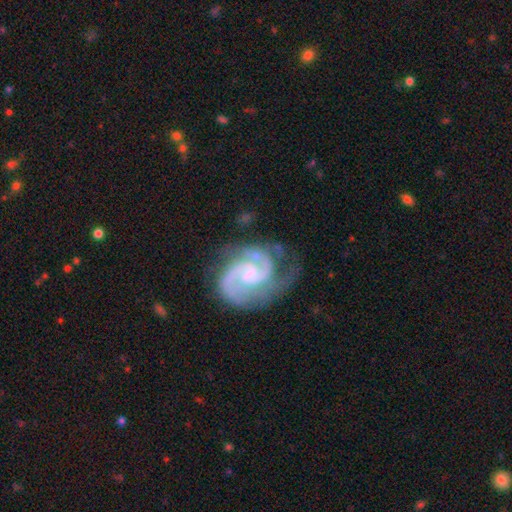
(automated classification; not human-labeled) A featured or disk galaxy (92%) with a weak bar (52%), 2 (82%) medium (53%) spiral arms (98%) and a small central bulge (45%). Merging: none (61%).